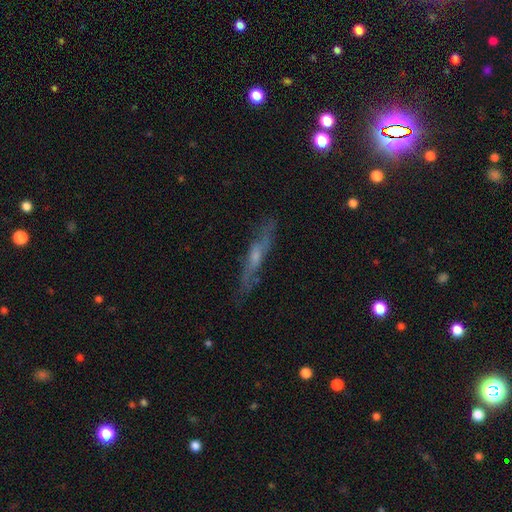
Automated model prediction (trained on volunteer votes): A featured or disk galaxy (63%) viewed edge-on (72%). Merging: none (77%).